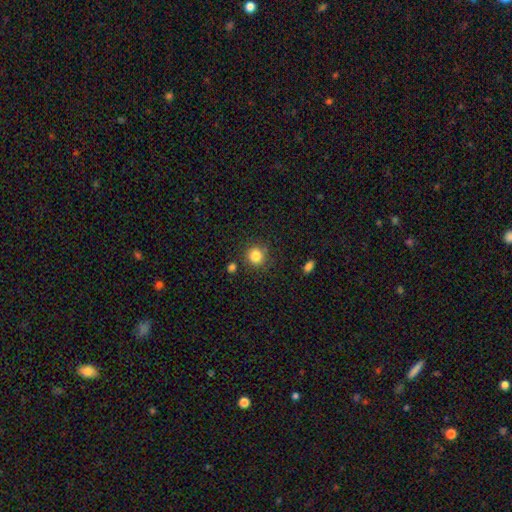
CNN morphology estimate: Overall: smooth (84%). How rounded: round (89%). Merging: none (82%).